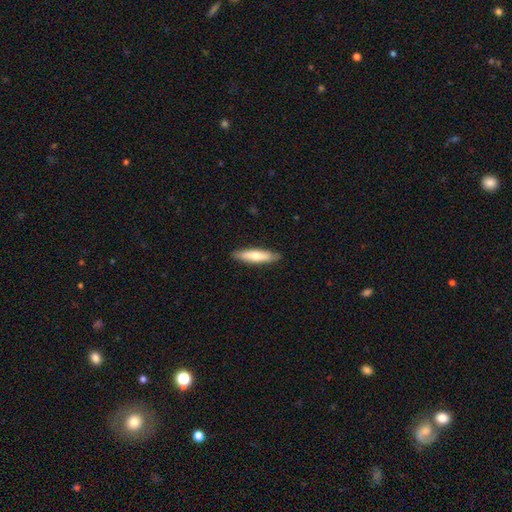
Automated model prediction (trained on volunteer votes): This is likely a smooth galaxy (67%). How rounded: likely cigar-shaped (75%). Merging: clearly none (88%).